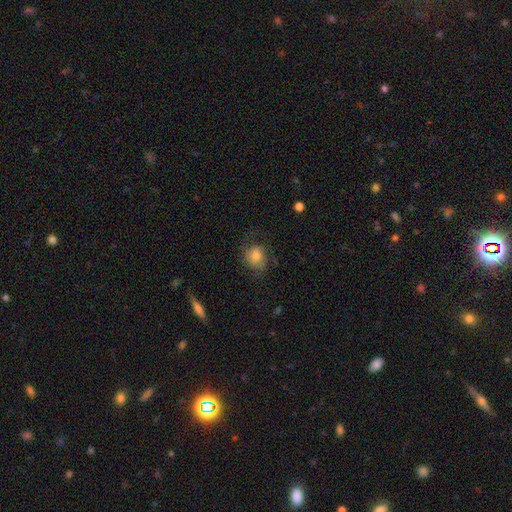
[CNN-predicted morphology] This appears to be a smooth galaxy with no disk features (59%) that is round (67%). Merging: none (60%).